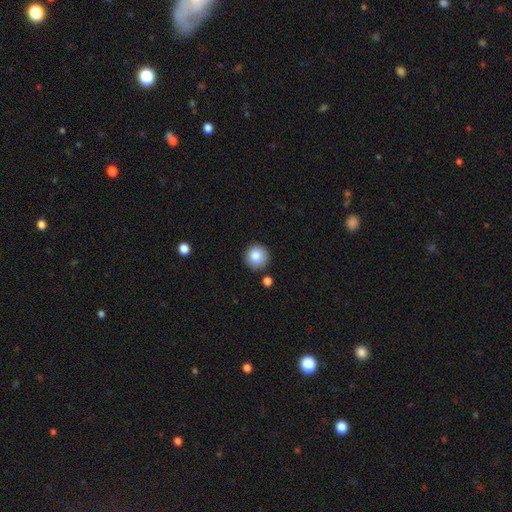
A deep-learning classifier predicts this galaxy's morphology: Smooth or featured: smooth — 84% (star or artifact — 9%)
How rounded: round — 94% (in between — 5%)
Merging: none — 87% (minor disturbance — 8%)